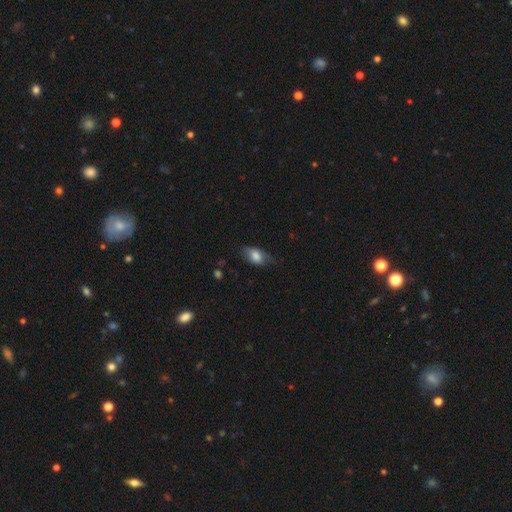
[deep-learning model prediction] Morphology: type=smooth (73%); roundness=in between (86%); merging=none (60%).